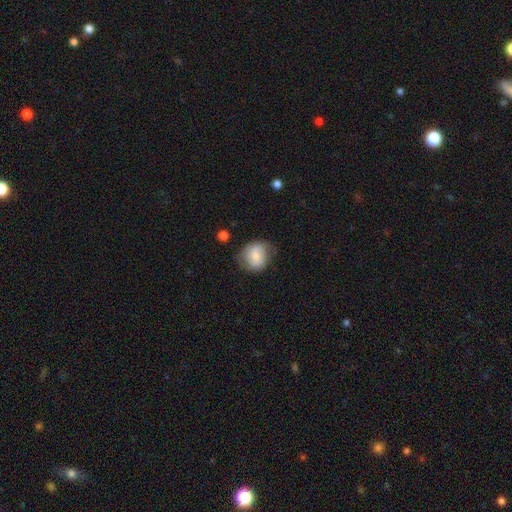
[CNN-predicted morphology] Smooth or featured?
  - smooth: 72% *
  - featured or disk: 21%
  - star or artifact: 7%
How rounded?
  - round: 67% *
  - in between: 32%
  - cigar-shaped: 1%
Merging?
  - none: 64% *
  - minor disturbance: 25%
  - major disturbance: 9%
  - merger: 2%